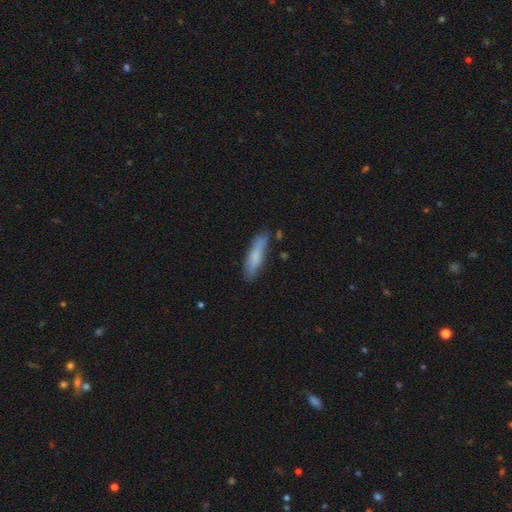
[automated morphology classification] Smooth or featured? Predicted: smooth (p=0.75). How rounded? Predicted: cigar-shaped (p=0.73). Merging? Predicted: none (p=0.75).